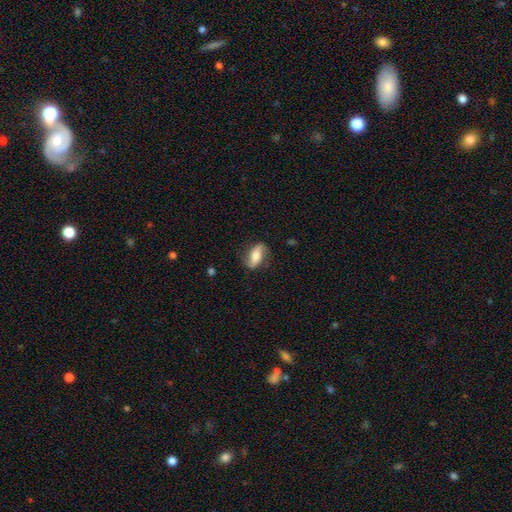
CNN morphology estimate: Smooth or featured: featured or disk — 54% (smooth — 38%)
Edge-on disk: no — 89% (yes — 11%)
Merging: none — 75% (minor disturbance — 17%)